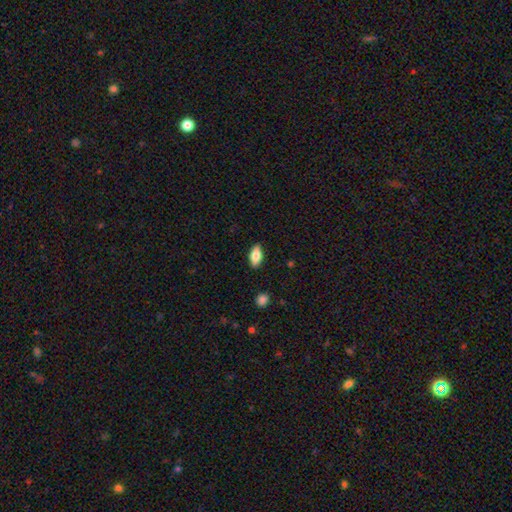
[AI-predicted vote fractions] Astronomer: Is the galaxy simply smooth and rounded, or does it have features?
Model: smooth — 76%.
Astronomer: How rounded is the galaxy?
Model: in between — 87%.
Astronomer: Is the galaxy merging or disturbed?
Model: none — 87%.